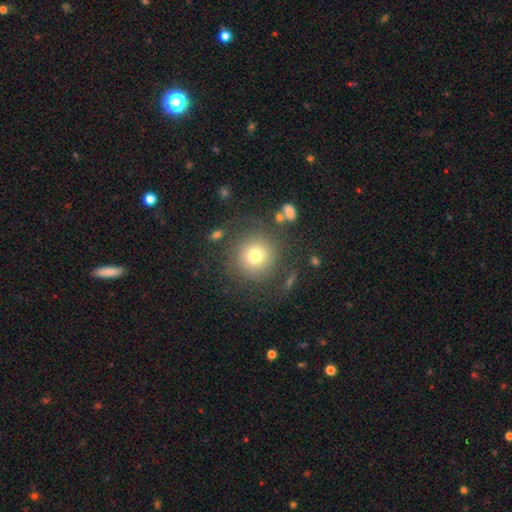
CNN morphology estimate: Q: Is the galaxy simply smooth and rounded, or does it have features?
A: smooth — 73%.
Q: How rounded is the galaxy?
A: round — 94%.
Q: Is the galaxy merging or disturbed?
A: none — 80%.